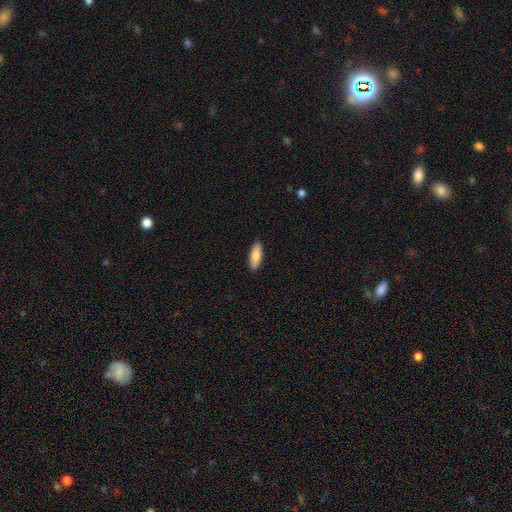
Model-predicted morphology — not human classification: Overall: smooth (82%). How rounded: in between (62%; cigar-shaped 36%). Merging: none (90%).